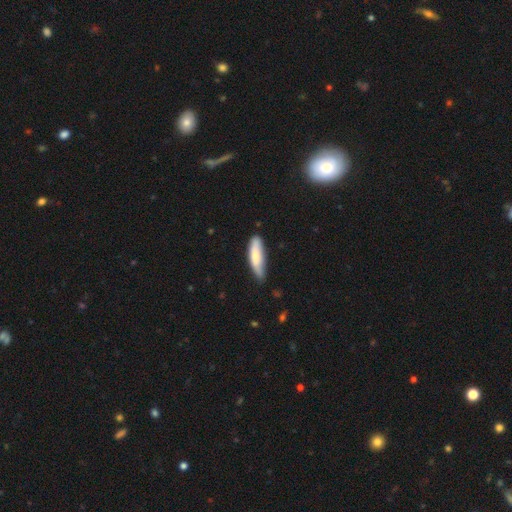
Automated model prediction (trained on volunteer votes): Smooth or featured? Predicted: smooth (p=0.77). How rounded? Predicted: cigar-shaped (p=0.61). Merging? Predicted: none (p=0.65).